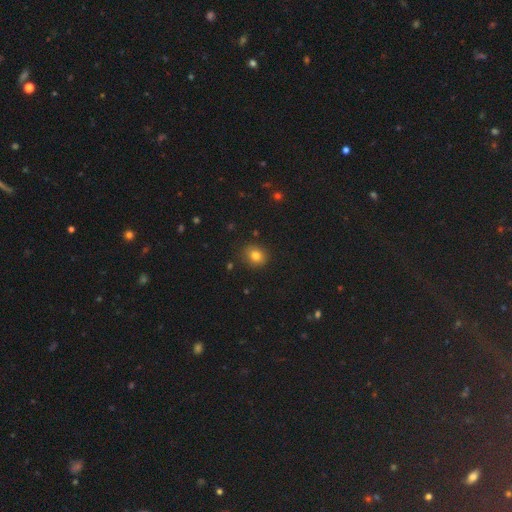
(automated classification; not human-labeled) A smooth galaxy with no disk features (80%) that is round (68%).

Vote fractions:
- Smooth or featured? smooth: 80% / star or artifact: 13% / featured or disk: 7%
- How rounded? round: 68% / in between: 31% / cigar-shaped: 1%
- Merging? none: 86% / minor disturbance: 10% / major disturbance: 2% / merger: 2%